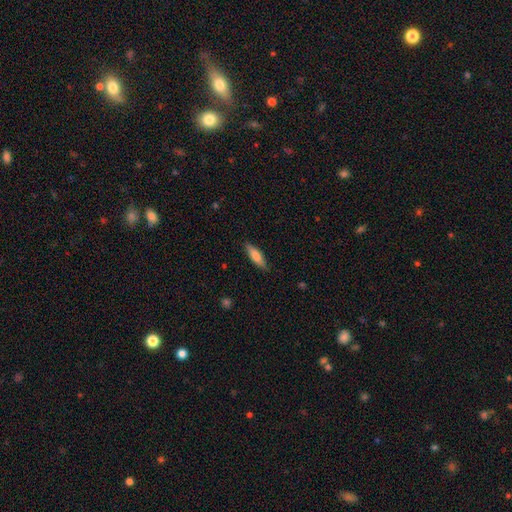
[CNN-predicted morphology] Overall: smooth (74%). How rounded: cigar-shaped (60%; in between 38%). Merging: none (86%).